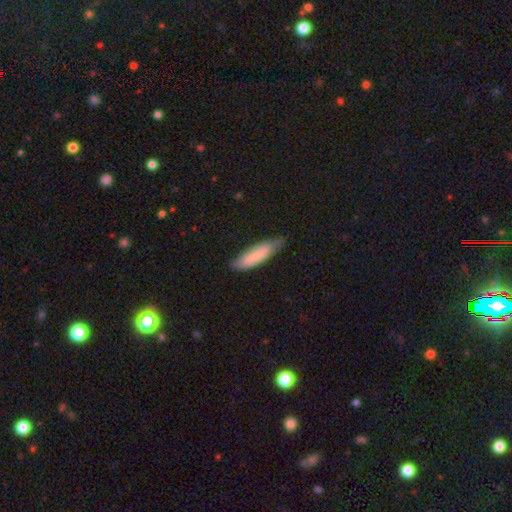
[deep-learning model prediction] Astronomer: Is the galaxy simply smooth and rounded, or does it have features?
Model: smooth — 78%.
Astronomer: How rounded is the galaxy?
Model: cigar-shaped — 65%.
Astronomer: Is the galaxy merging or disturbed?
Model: none — 67%.